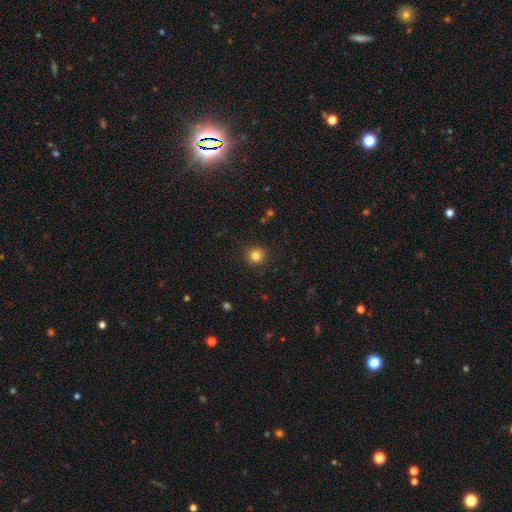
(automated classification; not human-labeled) A smooth galaxy with no disk features (83%) that is round (94%). Merging: none (91%).